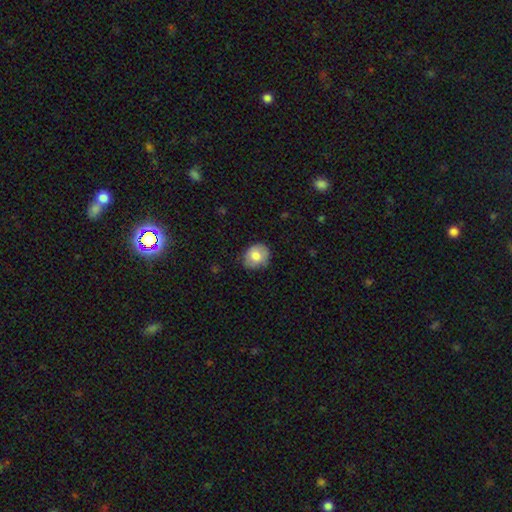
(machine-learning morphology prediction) type=smooth (77%); roundness=round (60%); merging=none (74%).